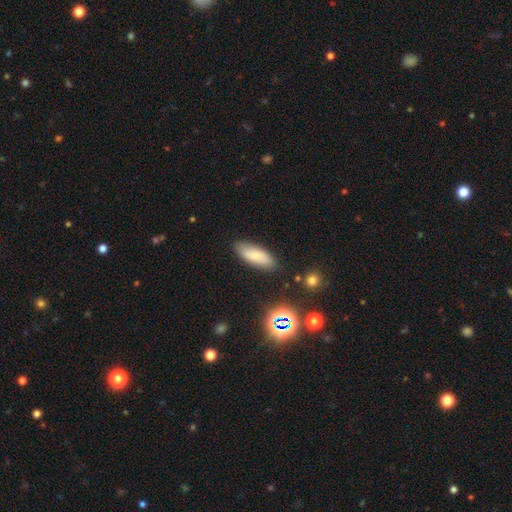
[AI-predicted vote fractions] Morphology: type=smooth (80%); roundness=in between (71%); merging=none (85%).